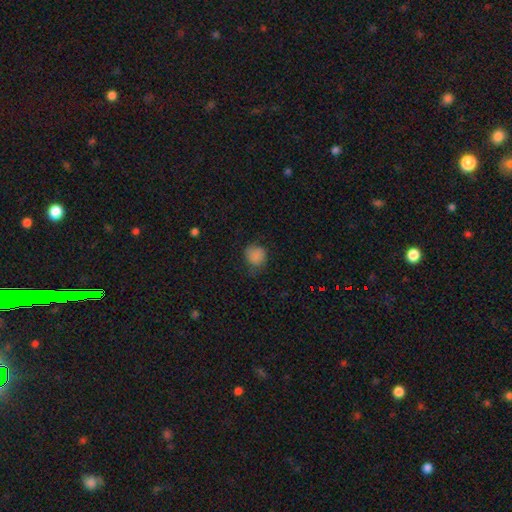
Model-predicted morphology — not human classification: Smooth or featured: smooth — 83% (star or artifact — 10%)
How rounded: round — 78% (in between — 22%)
Merging: none — 61% (minor disturbance — 29%)